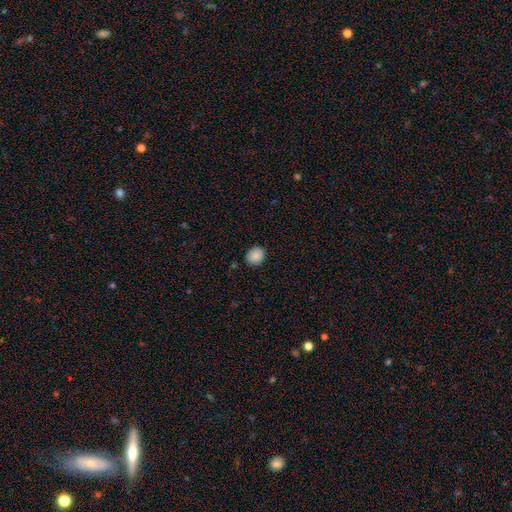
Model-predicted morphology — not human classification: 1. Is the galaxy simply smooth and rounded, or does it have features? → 88% smooth, 9% star or artifact, 3% featured or disk.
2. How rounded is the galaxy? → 70% round, 29% in between, 1% cigar-shaped.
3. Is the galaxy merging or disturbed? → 86% none, 10% minor disturbance, 2% major disturbance, 1% merger.